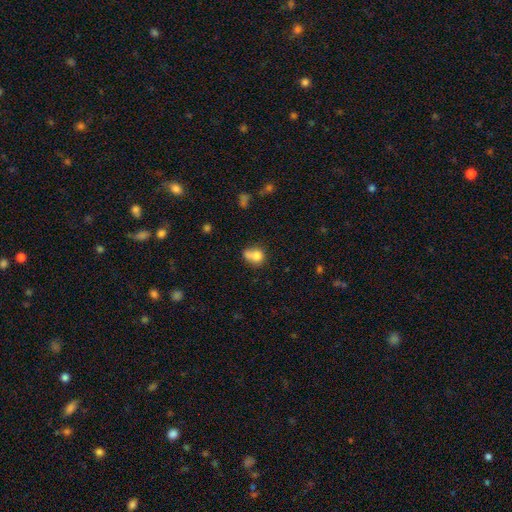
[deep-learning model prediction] smooth 76%, featured or disk 13%, star or artifact 11%. Down the decision tree: how rounded — round (57%); merging — merger (36%).